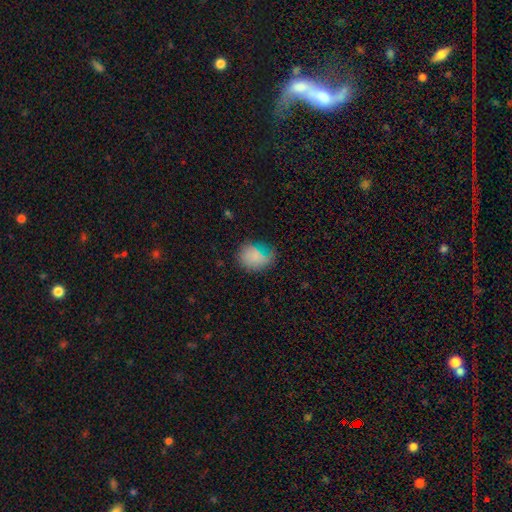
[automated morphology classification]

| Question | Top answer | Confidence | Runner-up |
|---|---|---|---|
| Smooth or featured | smooth | 76% | featured or disk (14%) |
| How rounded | round | 50% | in between (49%) |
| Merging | none | 44% | minor disturbance (33%) |